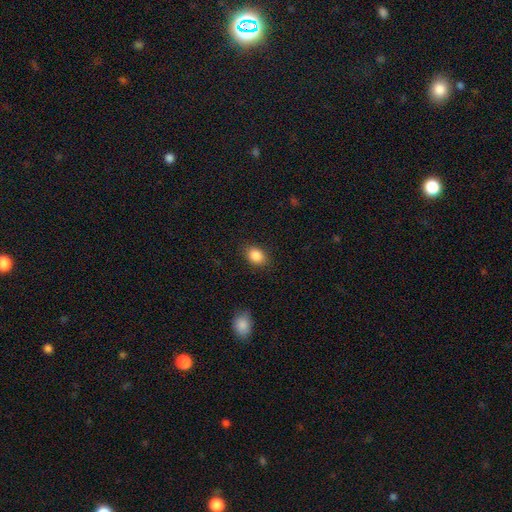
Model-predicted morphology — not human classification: Smooth or featured: smooth — 87% (star or artifact — 9%)
How rounded: in between — 66% (round — 32%)
Merging: none — 85% (minor disturbance — 11%)